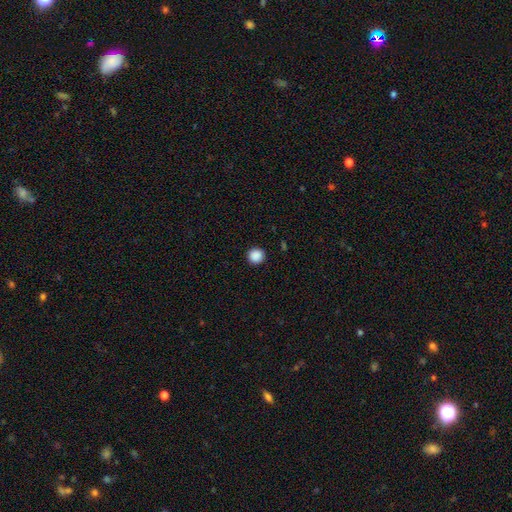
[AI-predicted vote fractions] Smooth or featured: smooth — 89% (star or artifact — 9%)
How rounded: round — 95% (in between — 4%)
Merging: none — 93% (minor disturbance — 5%)